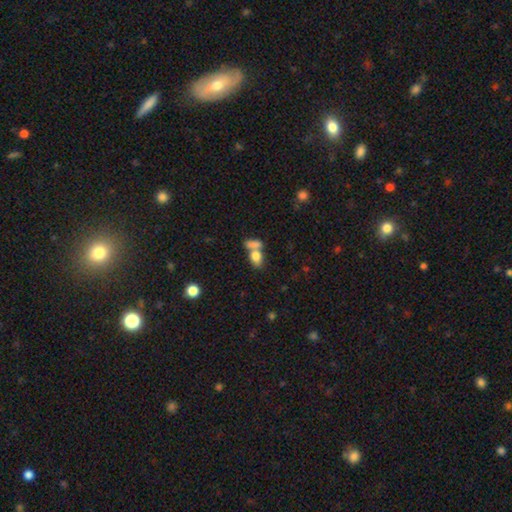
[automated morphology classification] smooth_or_featured: smooth (p=0.79) [alt: featured or disk p=0.12]
how_rounded: in between (p=0.77) [alt: round p=0.18]
merging: merger (p=0.52) [alt: none p=0.34]